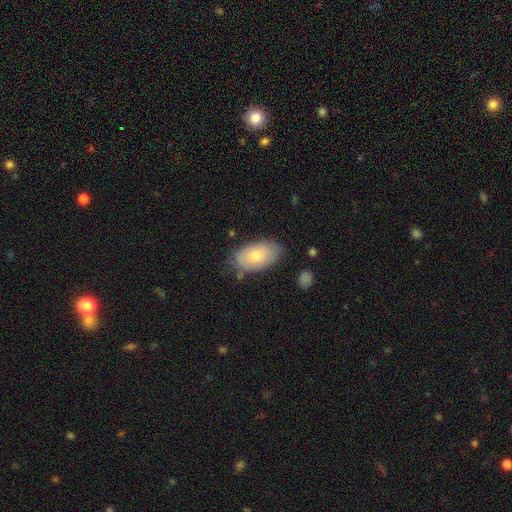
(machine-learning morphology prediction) This appears to be a smooth galaxy with no disk features (70%) that is in between round and cigar-shaped (94%). Merging: none (71%).